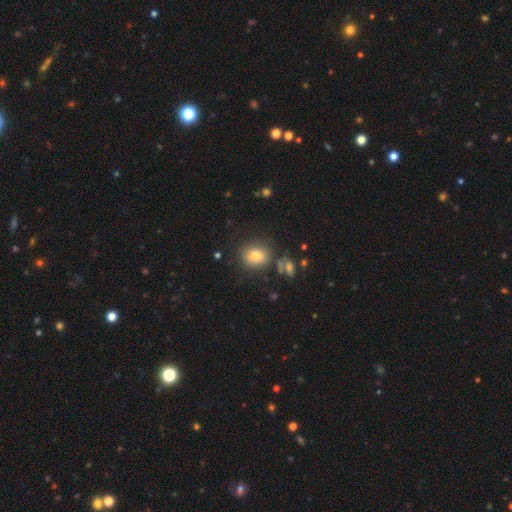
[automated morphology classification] Smooth or featured: smooth — 78% (star or artifact — 12%)
How rounded: round — 63% (in between — 36%)
Merging: none — 79% (minor disturbance — 12%)